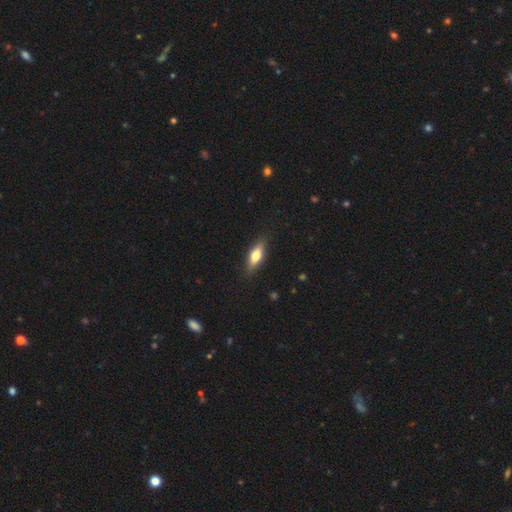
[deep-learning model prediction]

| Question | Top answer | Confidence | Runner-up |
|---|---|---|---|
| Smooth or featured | smooth | 66% | featured or disk (27%) |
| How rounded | in between | 63% | cigar-shaped (34%) |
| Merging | none | 86% | minor disturbance (10%) |